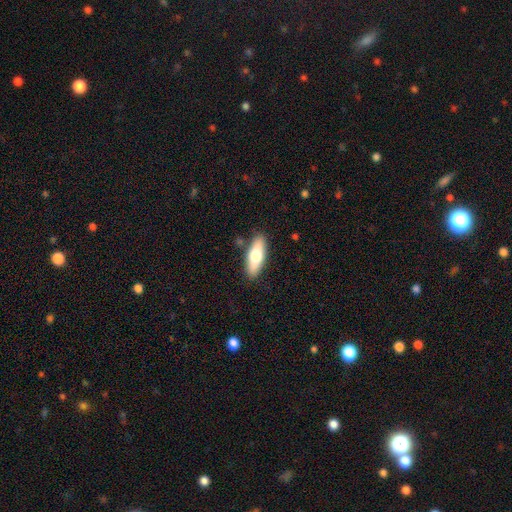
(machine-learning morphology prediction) smooth_or_featured: smooth (p=0.68) [alt: featured or disk p=0.26]
how_rounded: in between (p=0.58) [alt: cigar-shaped p=0.40]
merging: none (p=0.85) [alt: minor disturbance p=0.10]